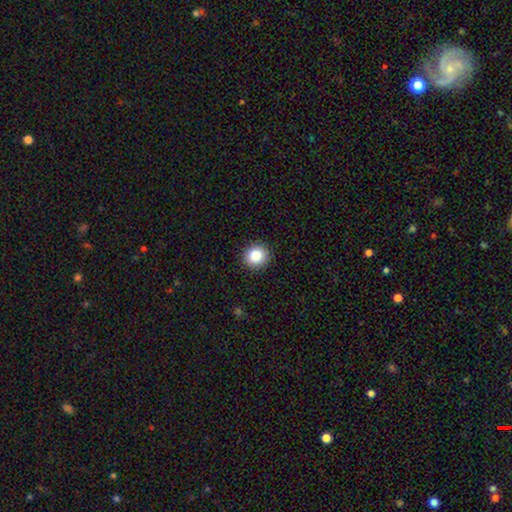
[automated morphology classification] smooth-or-featured: smooth: 85% | star or artifact: 10% | featured or disk: 5%
  how-rounded: round: 87% | in between: 13% | cigar-shaped: 1%
  merging: none: 91% | minor disturbance: 6% | major disturbance: 2% | merger: 1%